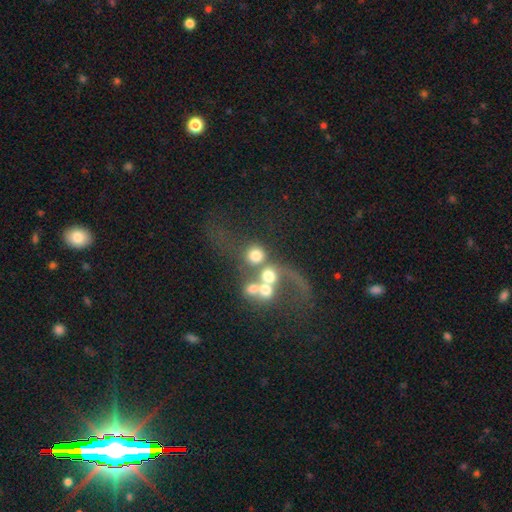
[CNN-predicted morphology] A smooth galaxy with no disk features (57%) that is round (84%). Merging: merger (50%).